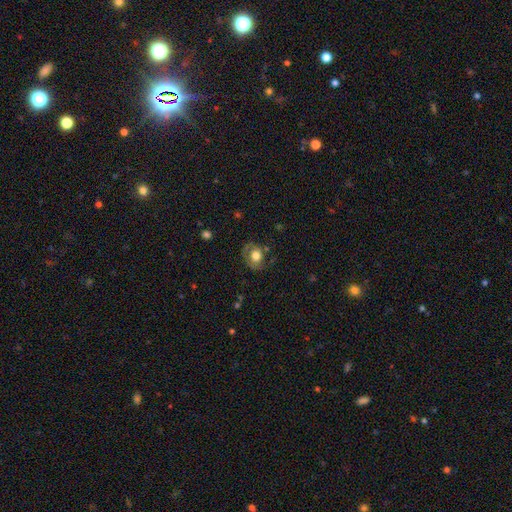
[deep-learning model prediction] Overall: smooth (62%; featured or disk 30%). How rounded: round (60%; in between 39%). Merging: none (64%).